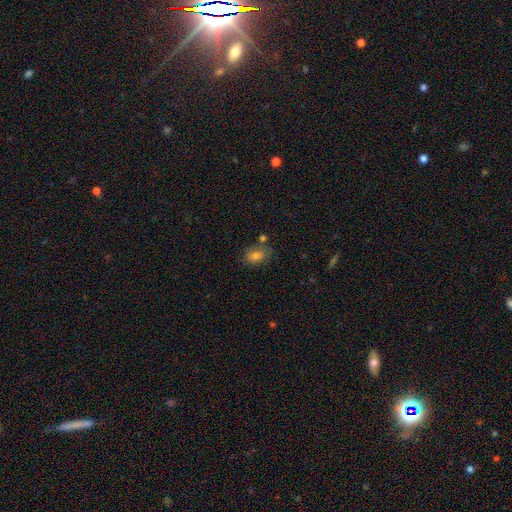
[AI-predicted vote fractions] A smooth galaxy with no disk features (76%) that is in between round and cigar-shaped (82%). Merging: none (70%).